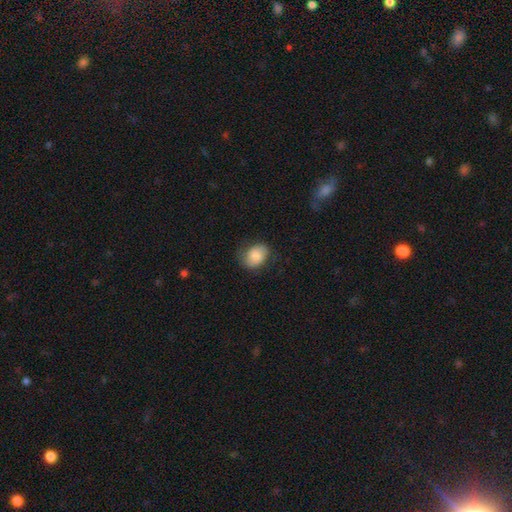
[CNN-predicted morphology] Smooth or featured? smooth (77%)
How rounded? in between (70%)
Merging? none (69%)